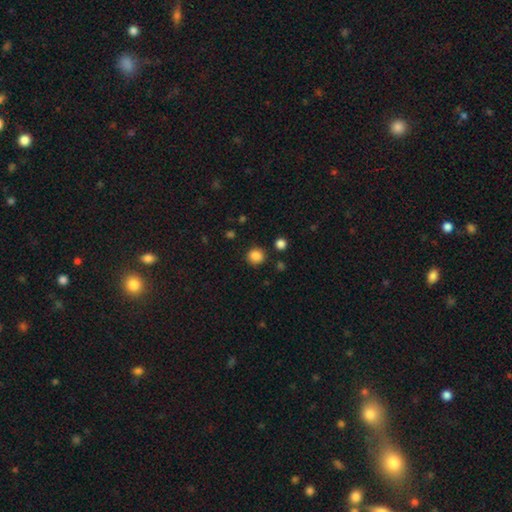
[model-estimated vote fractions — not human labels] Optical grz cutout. It shows a smooth galaxy with no disk features (86%) that is round (90%). Merging: none (87%).